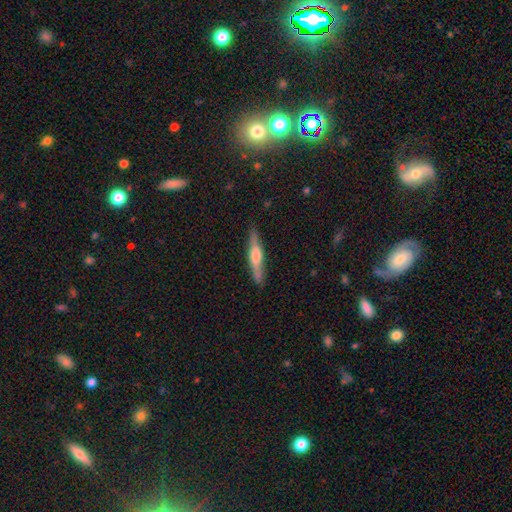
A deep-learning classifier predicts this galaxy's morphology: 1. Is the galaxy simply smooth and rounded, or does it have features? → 58% featured or disk, 37% smooth, 6% star or artifact.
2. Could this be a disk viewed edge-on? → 96% yes, 4% no.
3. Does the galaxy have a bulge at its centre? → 71% rounded, 21% boxy, 8% none.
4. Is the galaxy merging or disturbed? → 86% none, 10% minor disturbance, 2% major disturbance, 1% merger.